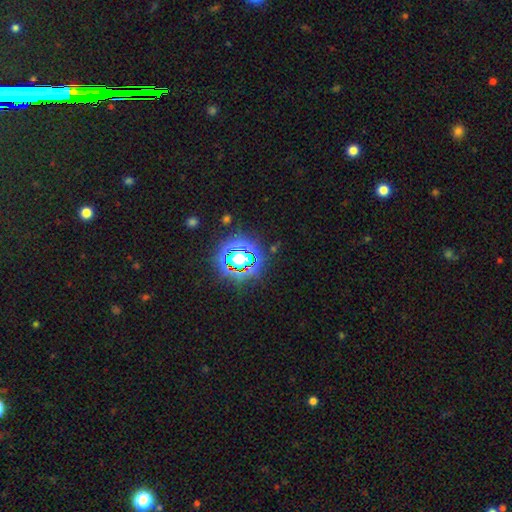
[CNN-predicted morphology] Smooth or featured? Predicted: star or artifact (p=0.81).